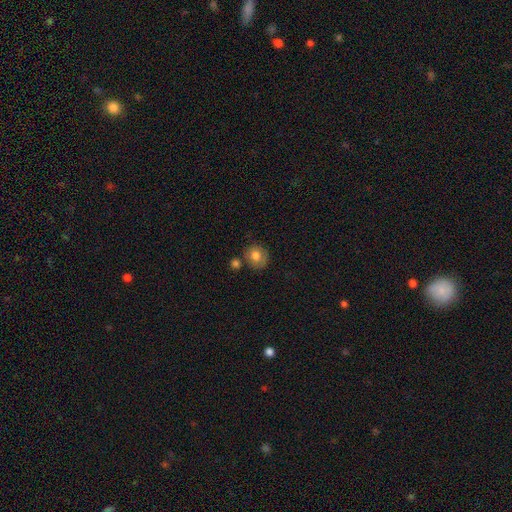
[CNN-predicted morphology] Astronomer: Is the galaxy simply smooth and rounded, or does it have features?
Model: smooth — 78%.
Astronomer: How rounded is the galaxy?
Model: round — 81%.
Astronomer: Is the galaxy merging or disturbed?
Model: none — 69%.